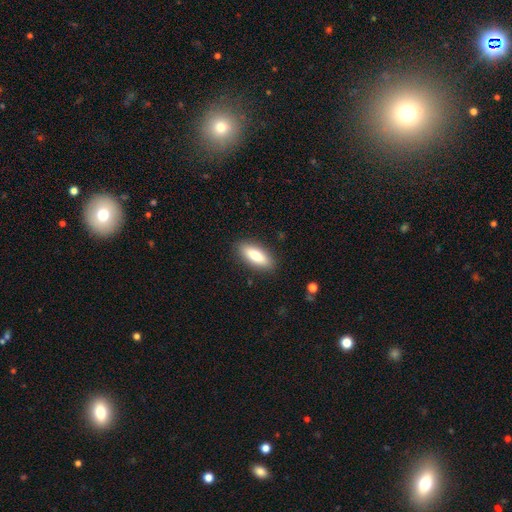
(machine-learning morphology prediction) smooth-or-featured: smooth: 80% | featured or disk: 14% | star or artifact: 6%
  how-rounded: in between: 70% | cigar-shaped: 28% | round: 2%
  merging: none: 87% | minor disturbance: 9% | major disturbance: 2% | merger: 1%